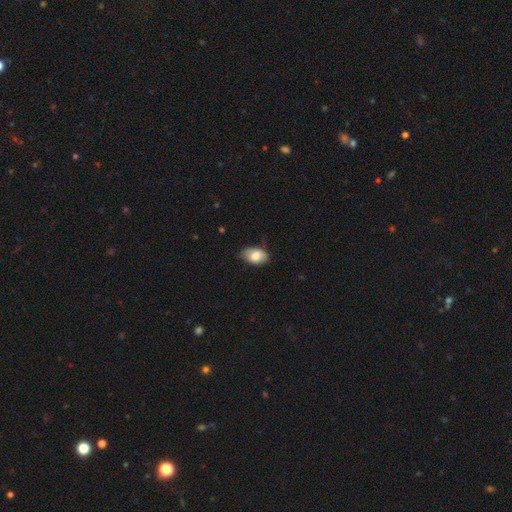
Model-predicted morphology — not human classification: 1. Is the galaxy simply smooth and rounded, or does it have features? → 81% smooth, 12% featured or disk, 7% star or artifact.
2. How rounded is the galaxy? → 91% in between, 8% round, 1% cigar-shaped.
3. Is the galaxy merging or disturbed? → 66% none, 28% minor disturbance, 5% major disturbance, 1% merger.